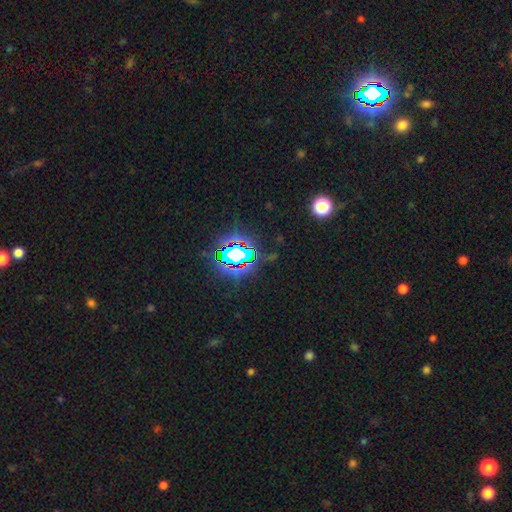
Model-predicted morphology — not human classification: A star or artifact, not a galaxy (84%).

Vote fractions:
- Smooth or featured? star or artifact: 84% / smooth: 10% / featured or disk: 6%